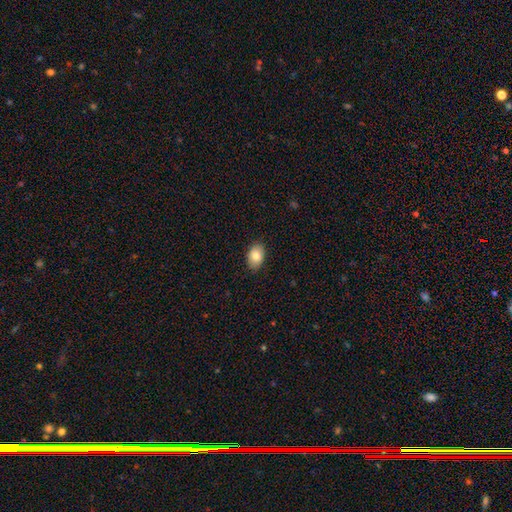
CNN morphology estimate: A smooth galaxy with no disk features (83%) that is in between round and cigar-shaped (87%).

Vote fractions:
- Smooth or featured? smooth: 83% / featured or disk: 10% / star or artifact: 7%
- How rounded? in between: 87% / round: 12% / cigar-shaped: 1%
- Merging? none: 87% / minor disturbance: 10% / major disturbance: 2% / merger: 1%